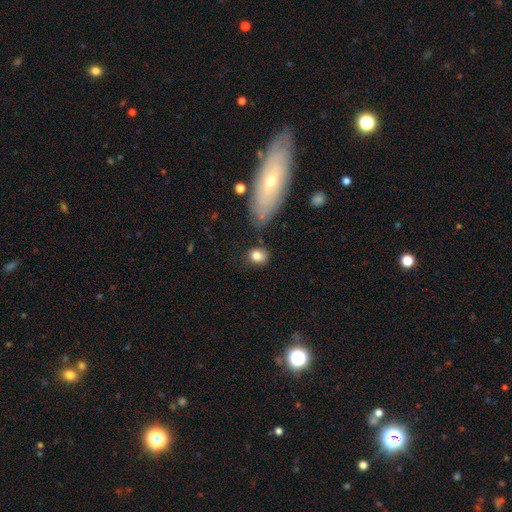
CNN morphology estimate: smooth 81%, star or artifact 10%, featured or disk 9%. Down the decision tree: how rounded — round (53%); merging — none (70%).